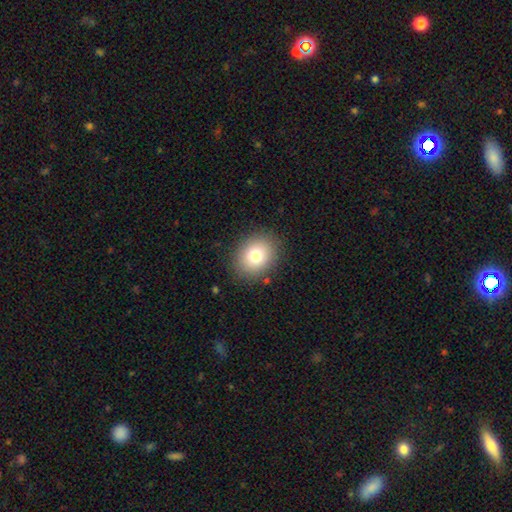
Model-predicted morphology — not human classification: Smooth or featured?
  - smooth: 78% *
  - featured or disk: 11%
  - star or artifact: 11%
How rounded?
  - round: 57% *
  - in between: 43%
  - cigar-shaped: 1%
Merging?
  - none: 87% *
  - minor disturbance: 9%
  - major disturbance: 3%
  - merger: 1%